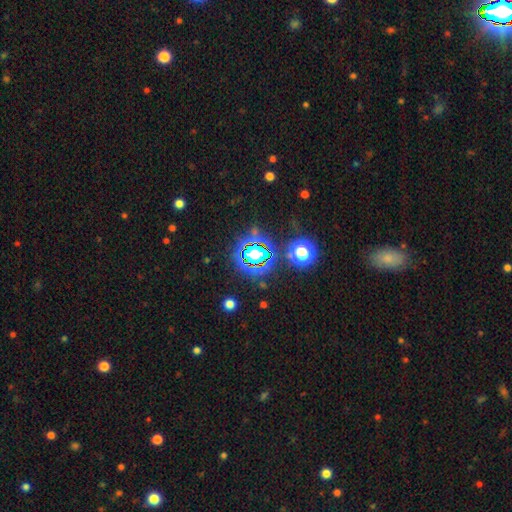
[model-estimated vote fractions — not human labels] Smooth or featured? Predicted: star or artifact (p=0.72).